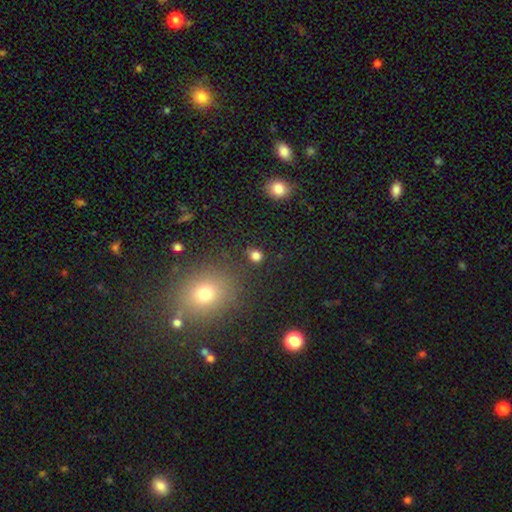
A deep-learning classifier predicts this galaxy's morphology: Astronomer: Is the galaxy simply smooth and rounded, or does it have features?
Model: smooth — 80%.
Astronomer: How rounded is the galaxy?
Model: round — 75%.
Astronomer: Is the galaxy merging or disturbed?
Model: none — 86%.